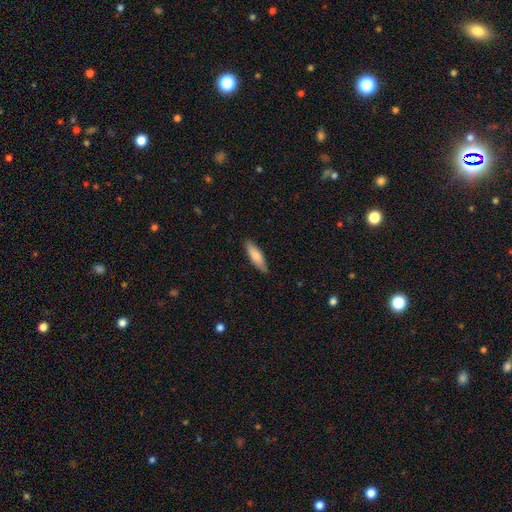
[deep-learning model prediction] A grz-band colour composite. It shows a smooth galaxy with no disk features (76%) that is cigar-shaped (51%). Merging: none (85%).